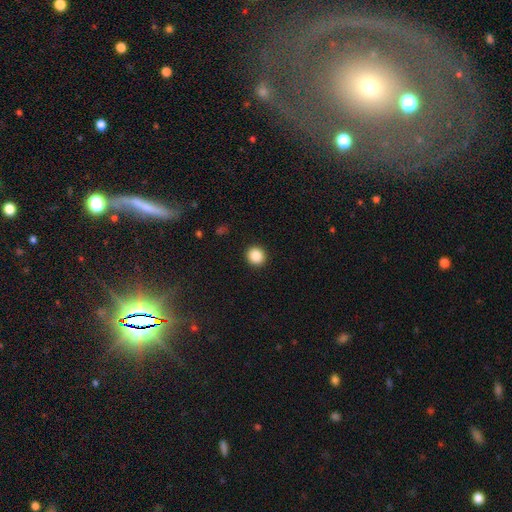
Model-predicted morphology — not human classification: This appears to be a smooth galaxy with no disk features (88%) that is round (90%). Merging: none (92%).